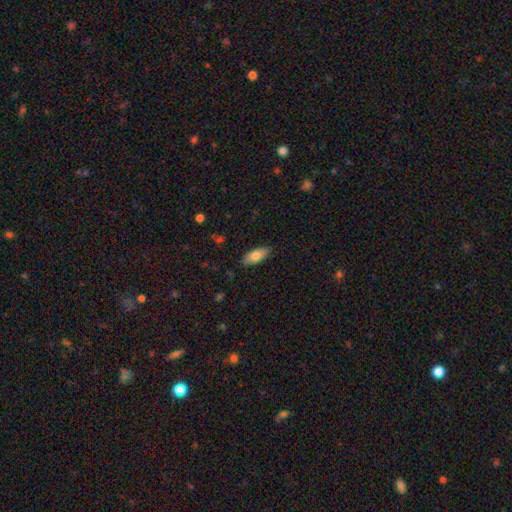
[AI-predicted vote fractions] A smooth galaxy with no disk features (78%) that is in between round and cigar-shaped (83%). Merging: none (86%).